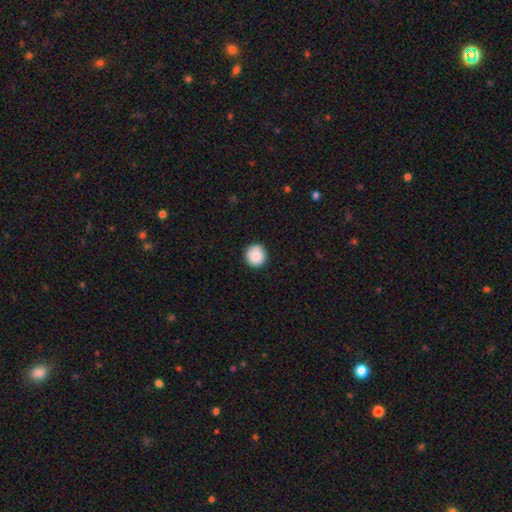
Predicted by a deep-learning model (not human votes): Smooth or featured? Predicted: smooth (p=0.87). How rounded? Predicted: round (p=0.94). Merging? Predicted: none (p=0.90).